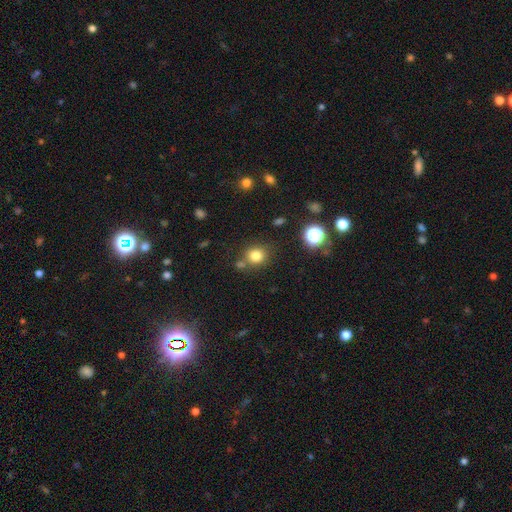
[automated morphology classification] Smooth or featured: smooth — 79% (star or artifact — 14%)
How rounded: round — 80% (in between — 19%)
Merging: none — 72% (merger — 13%)